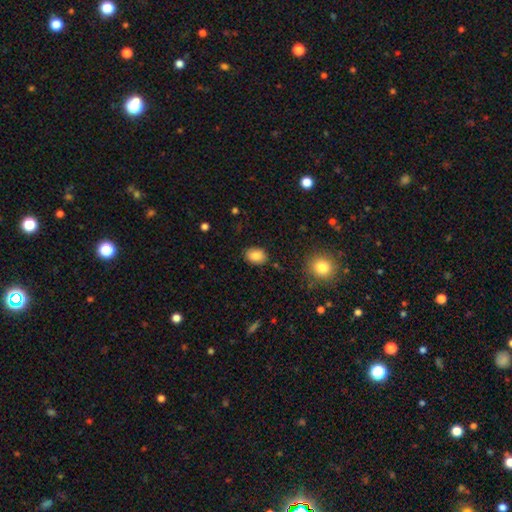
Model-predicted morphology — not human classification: Smooth or featured? smooth (84%)
How rounded? in between (72%)
Merging? none (86%)